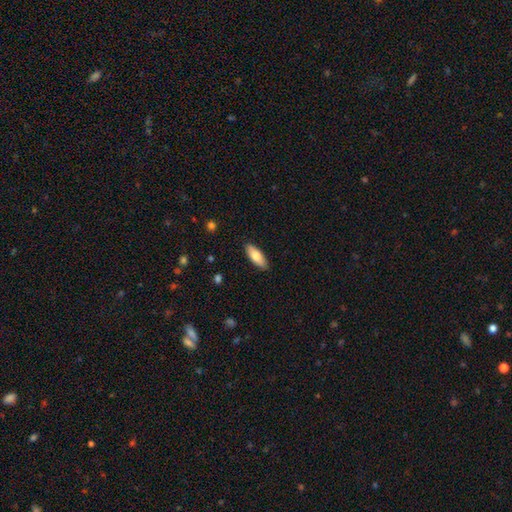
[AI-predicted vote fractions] A smooth galaxy with no disk features (77%) that is in between round and cigar-shaped (71%).

Vote fractions:
- Smooth or featured? smooth: 77% / featured or disk: 18% / star or artifact: 6%
- How rounded? in between: 71% / cigar-shaped: 27% / round: 2%
- Merging? none: 88% / minor disturbance: 9% / major disturbance: 2% / merger: 1%